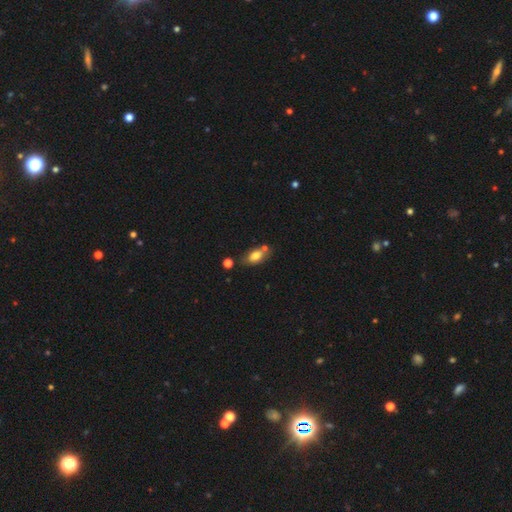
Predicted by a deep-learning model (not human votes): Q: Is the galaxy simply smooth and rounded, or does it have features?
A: smooth — 75%.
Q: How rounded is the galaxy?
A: in between — 86%.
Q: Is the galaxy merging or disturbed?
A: none — 60%.